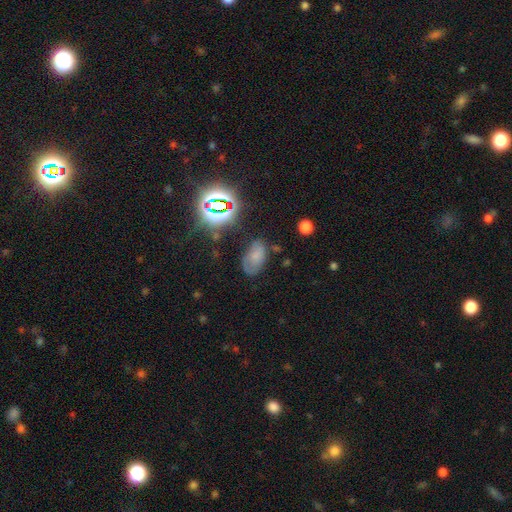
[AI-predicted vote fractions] Smooth or featured: smooth — 57% (star or artifact — 23%)
How rounded: in between — 89% (round — 9%)
Merging: none — 55% (minor disturbance — 28%)